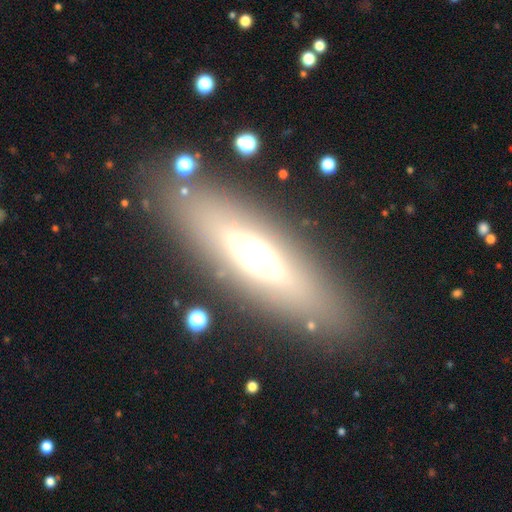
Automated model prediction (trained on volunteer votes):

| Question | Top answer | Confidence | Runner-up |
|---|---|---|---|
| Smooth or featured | featured or disk | 45% | smooth (43%) |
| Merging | none | 83% | minor disturbance (9%) |